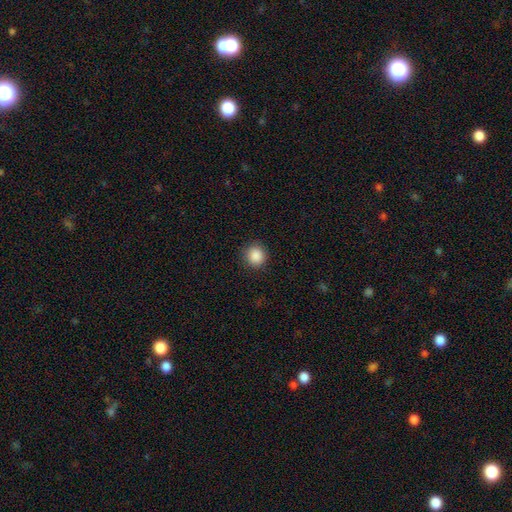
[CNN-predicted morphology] smooth 88%, star or artifact 9%, featured or disk 3%. Down the decision tree: how rounded — round (89%); merging — none (90%).